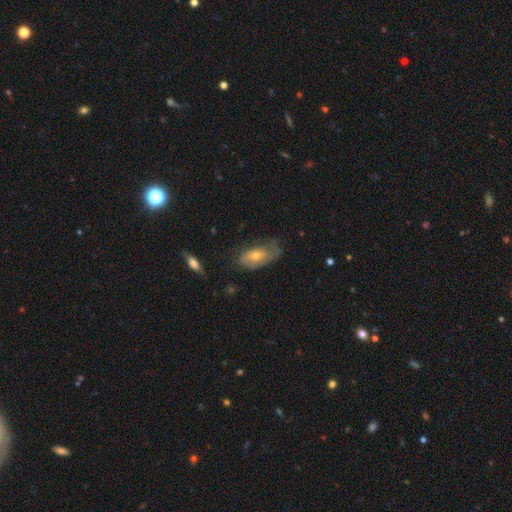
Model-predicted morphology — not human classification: A featured or disk galaxy (48%). Merging: none (52%).